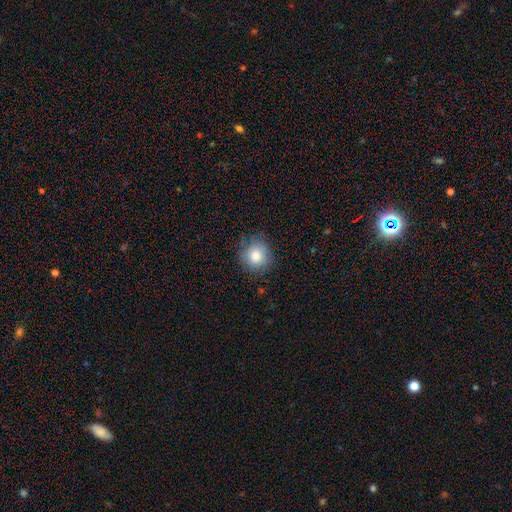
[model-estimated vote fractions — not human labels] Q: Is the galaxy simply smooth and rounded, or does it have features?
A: smooth — 78%.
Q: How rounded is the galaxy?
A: round — 87%.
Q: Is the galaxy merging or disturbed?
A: none — 79%.